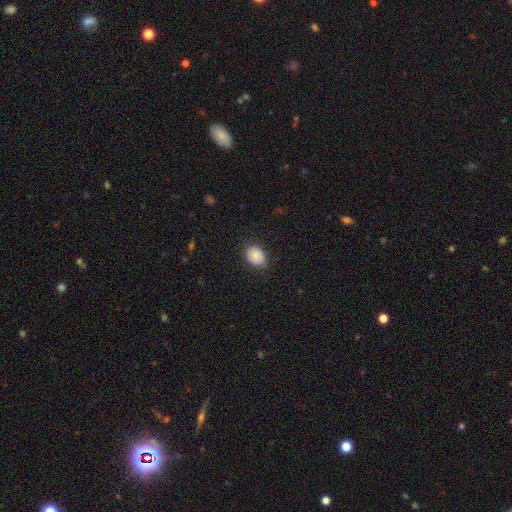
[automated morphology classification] A smooth galaxy with no disk features (84%) that is in between round and cigar-shaped (73%).

Vote fractions:
- Smooth or featured? smooth: 84% / featured or disk: 8% / star or artifact: 8%
- How rounded? in between: 73% / round: 26% / cigar-shaped: 1%
- Merging? none: 81% / minor disturbance: 15% / major disturbance: 3% / merger: 1%